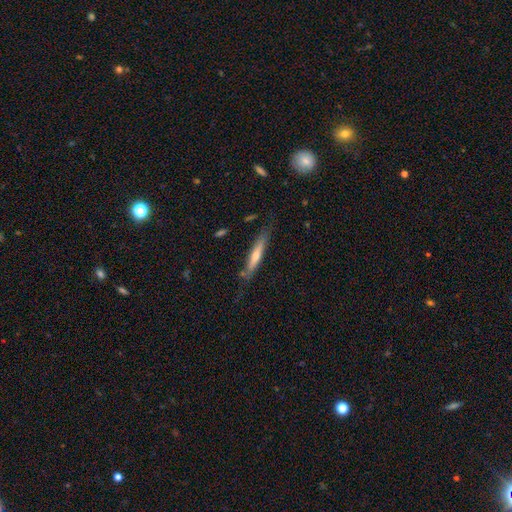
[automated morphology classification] type=featured or disk (54%); edge-on=yes (91%); merging=none (77%).